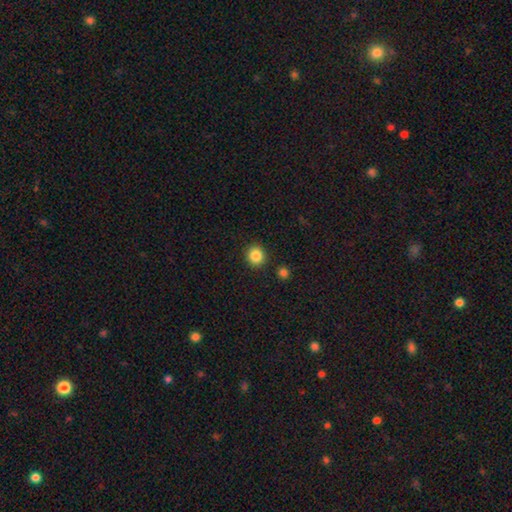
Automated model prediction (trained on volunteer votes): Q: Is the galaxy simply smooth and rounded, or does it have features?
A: smooth — 85%.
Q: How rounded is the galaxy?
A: round — 89%.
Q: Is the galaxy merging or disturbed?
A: none — 89%.